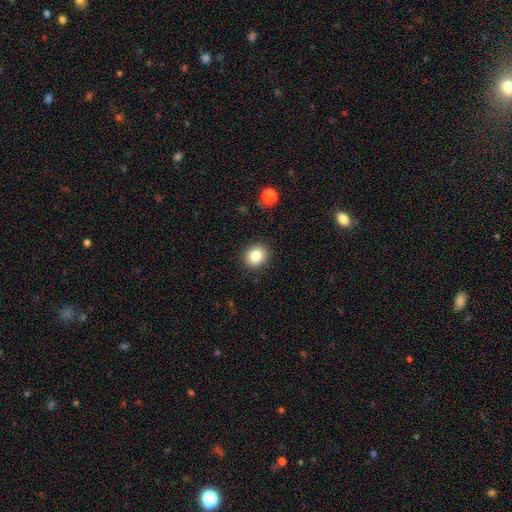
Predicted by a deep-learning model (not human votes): smooth-or-featured: smooth: 84% | star or artifact: 10% | featured or disk: 6%
  how-rounded: round: 72% | in between: 27% | cigar-shaped: 1%
  merging: none: 90% | minor disturbance: 7% | major disturbance: 2% | merger: 1%